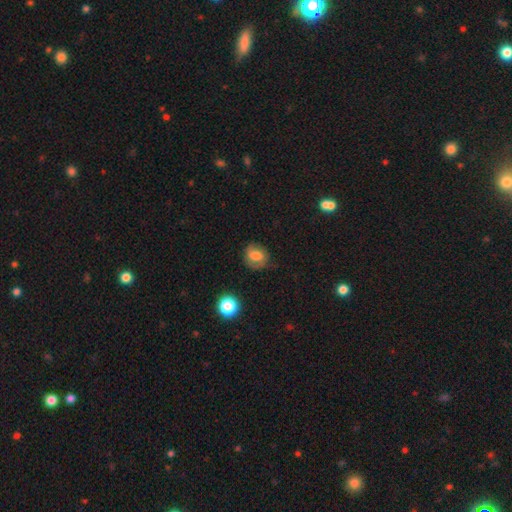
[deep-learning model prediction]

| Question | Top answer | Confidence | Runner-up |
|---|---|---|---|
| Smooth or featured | smooth | 60% | featured or disk (30%) |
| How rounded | round | 63% | in between (36%) |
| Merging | none | 66% | minor disturbance (23%) |